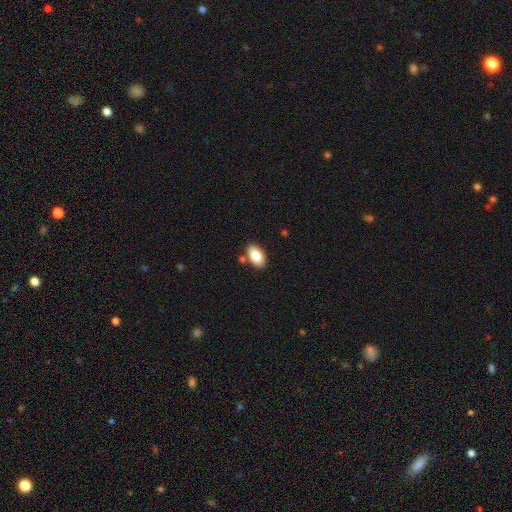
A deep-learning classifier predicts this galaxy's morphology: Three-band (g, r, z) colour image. It shows a smooth galaxy with no disk features (86%) that is in between round and cigar-shaped (94%). Merging: none (81%).